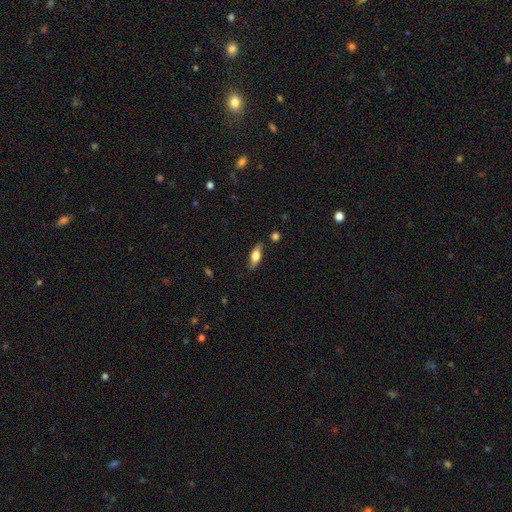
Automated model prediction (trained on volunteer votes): The model was most divided on "smooth or featured": smooth: 58%, featured or disk: 35%, star or artifact: 7%. More confident: merging — none (79%); how rounded — in between (66%).